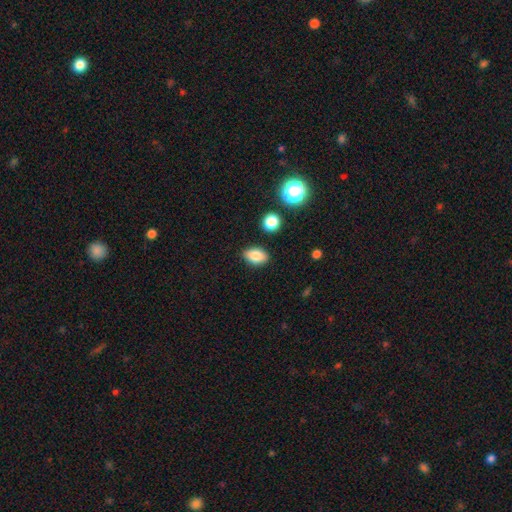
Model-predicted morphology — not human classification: A smooth galaxy with no disk features (82%) that is in between round and cigar-shaped (85%).

Vote fractions:
- Smooth or featured? smooth: 82% / star or artifact: 10% / featured or disk: 8%
- How rounded? in between: 85% / round: 12% / cigar-shaped: 3%
- Merging? none: 86% / minor disturbance: 10% / major disturbance: 2% / merger: 2%